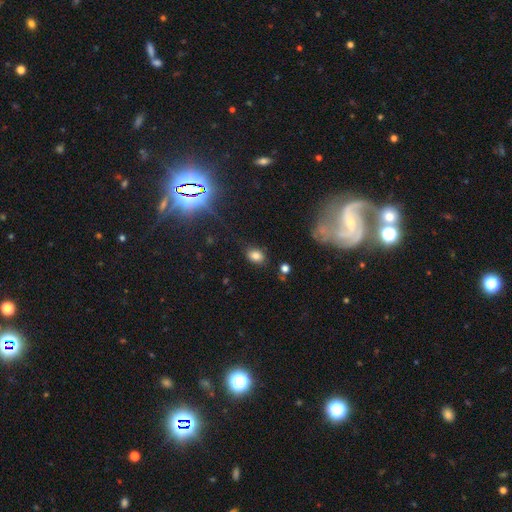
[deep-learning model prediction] Overall: smooth (78%). How rounded: in between (72%). Merging: none (78%).